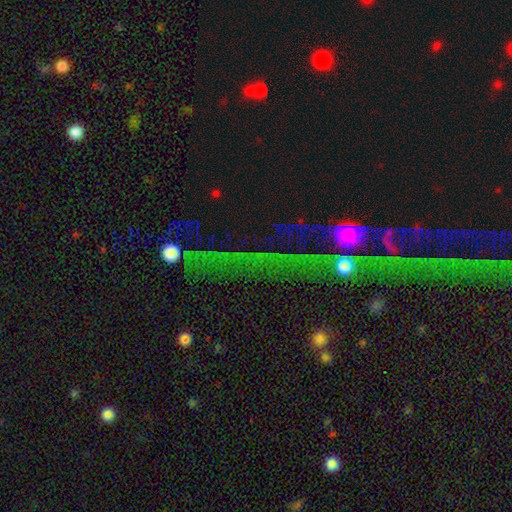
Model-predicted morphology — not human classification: A star or artifact, not a galaxy (79%).

Vote fractions:
- Smooth or featured? star or artifact: 79% / featured or disk: 11% / smooth: 10%